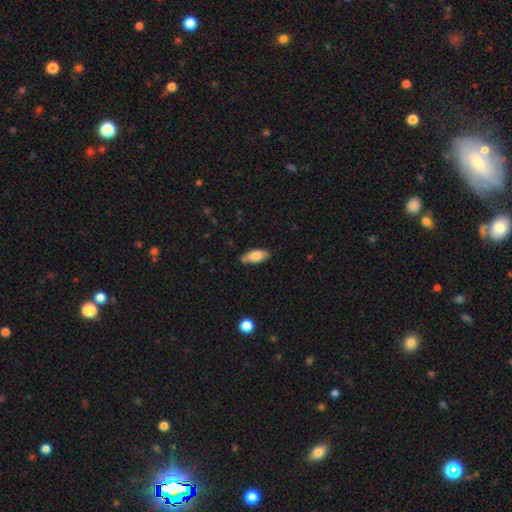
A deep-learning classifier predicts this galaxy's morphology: This appears to be a smooth galaxy with no disk features (79%) that is in between round and cigar-shaped (82%). Merging: none (78%).